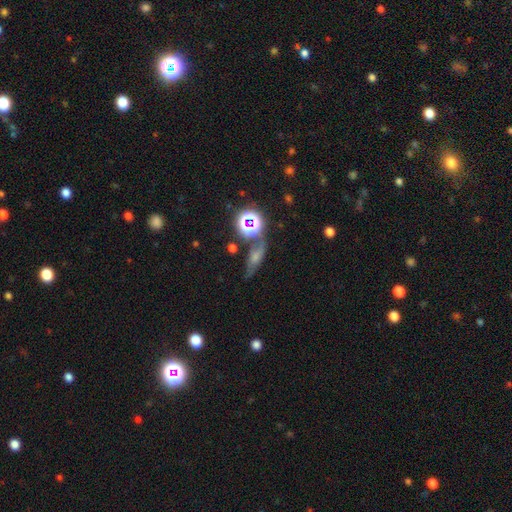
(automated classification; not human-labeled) Overall: smooth (42%; featured or disk 34%). Merging: none (57%; minor disturbance 23%).